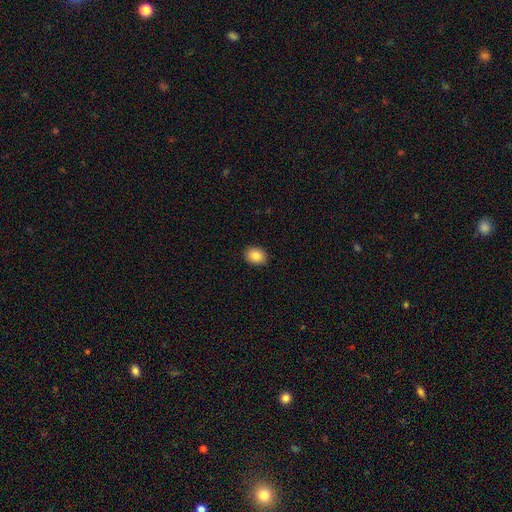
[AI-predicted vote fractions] Overall: smooth (86%). How rounded: in between (51%; round 48%). Merging: none (90%).